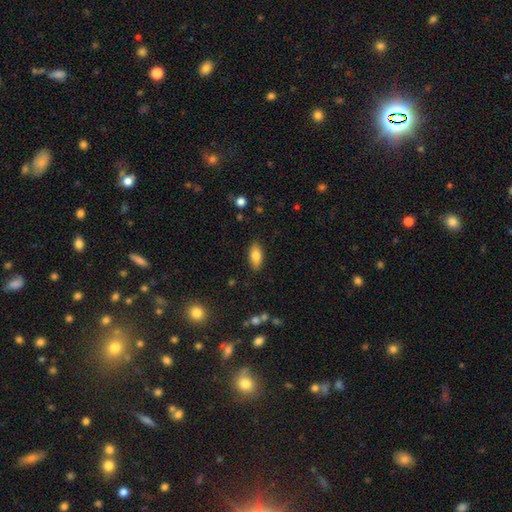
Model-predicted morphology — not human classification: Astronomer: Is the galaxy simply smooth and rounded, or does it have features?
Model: smooth — 79%.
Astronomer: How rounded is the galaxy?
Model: in between — 83%.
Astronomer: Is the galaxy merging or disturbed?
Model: none — 87%.